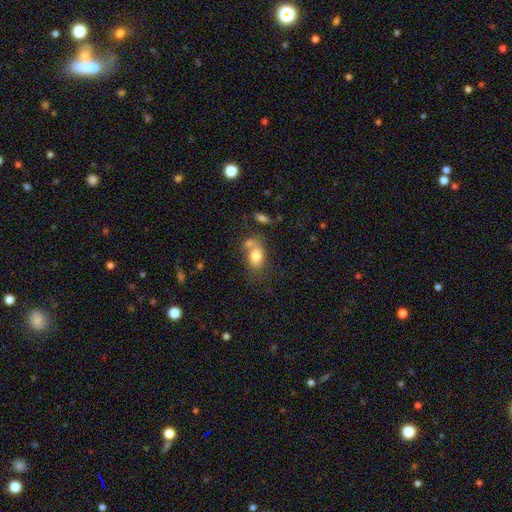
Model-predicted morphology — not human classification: A smooth galaxy with no disk features (78%) that is in between round and cigar-shaped (77%).

Vote fractions:
- Smooth or featured? smooth: 78% / featured or disk: 13% / star or artifact: 9%
- How rounded? in between: 77% / round: 21% / cigar-shaped: 2%
- Merging? none: 41% / merger: 34% / minor disturbance: 17% / major disturbance: 8%